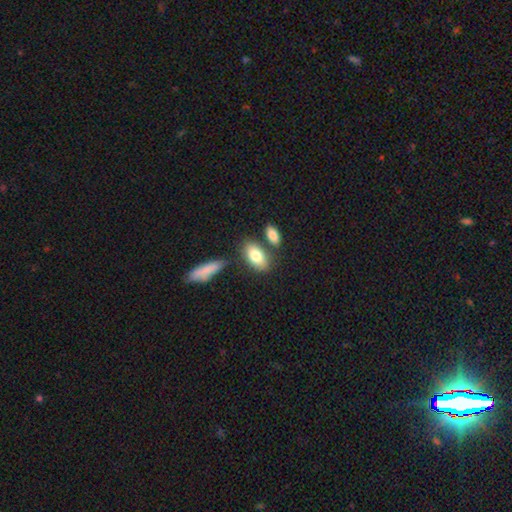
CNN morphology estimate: smooth 80%, featured or disk 13%, star or artifact 7%. Down the decision tree: how rounded — in between (88%); merging — none (67%).